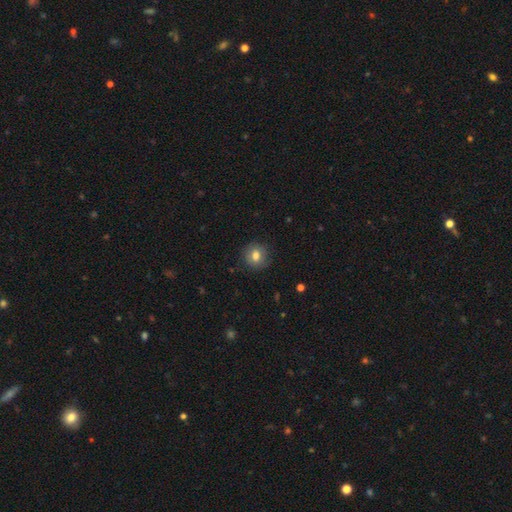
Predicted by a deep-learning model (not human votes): Q: Smooth or featured?
A: smooth (77%); runner-up: featured or disk (14%)
Q: How rounded?
A: round (84%); runner-up: in between (15%)
Q: Merging?
A: none (86%); runner-up: minor disturbance (10%)